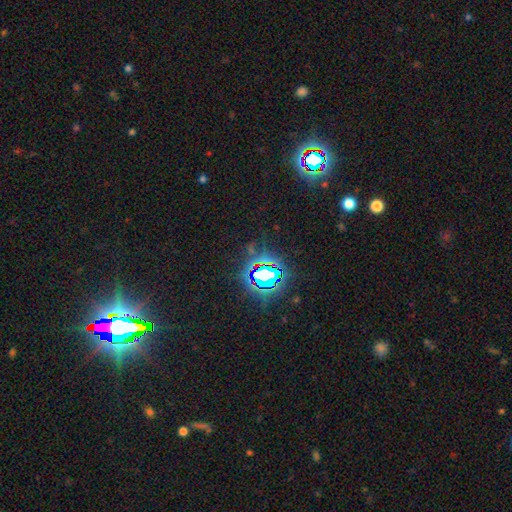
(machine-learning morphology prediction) type=star or artifact (83%).